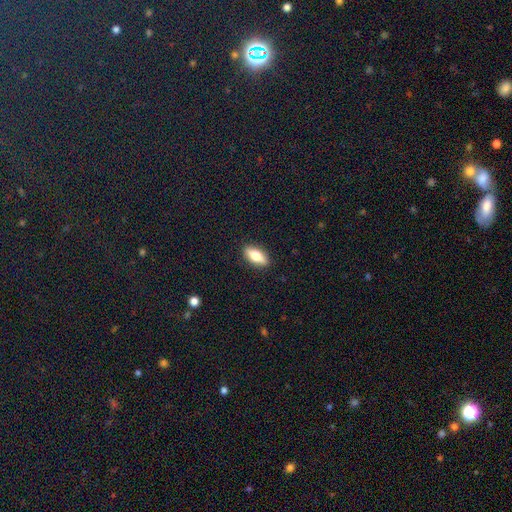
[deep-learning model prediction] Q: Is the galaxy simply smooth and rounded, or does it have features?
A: smooth — 68%.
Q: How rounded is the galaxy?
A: in between — 77%.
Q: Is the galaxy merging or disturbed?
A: none — 89%.